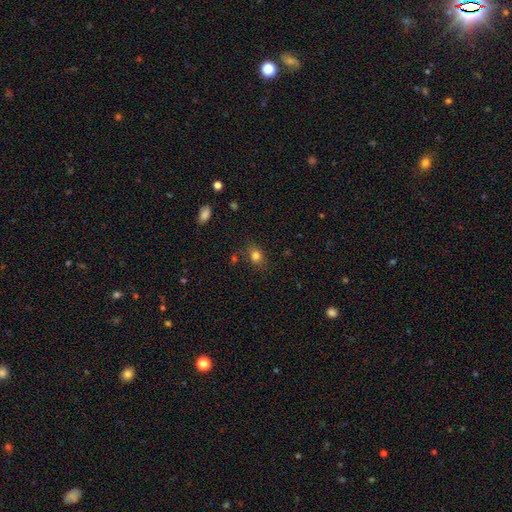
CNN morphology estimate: smooth_or_featured: smooth (p=0.81) [alt: star or artifact p=0.12]
how_rounded: in between (p=0.59) [alt: round p=0.40]
merging: none (p=0.77) [alt: minor disturbance p=0.16]